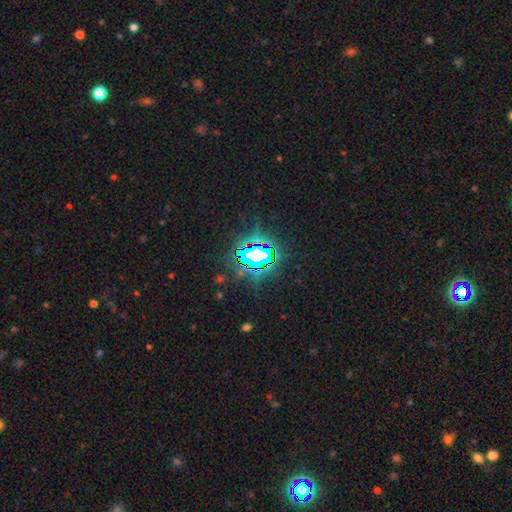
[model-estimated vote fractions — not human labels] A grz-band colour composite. It shows a star or artifact, not a galaxy (78%).